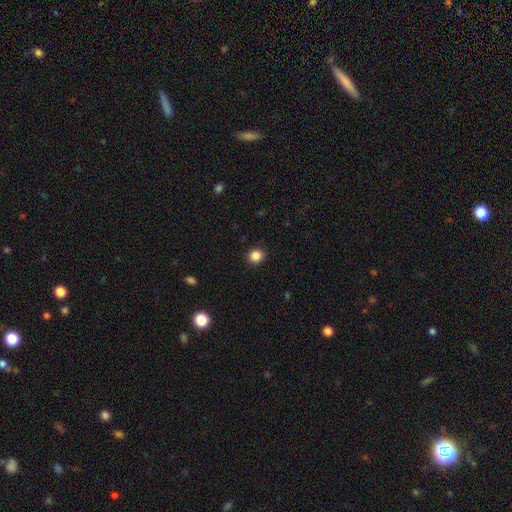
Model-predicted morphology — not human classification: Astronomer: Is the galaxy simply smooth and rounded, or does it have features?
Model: smooth — 86%.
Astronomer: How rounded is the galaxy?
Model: round — 78%.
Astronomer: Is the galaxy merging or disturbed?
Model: none — 91%.